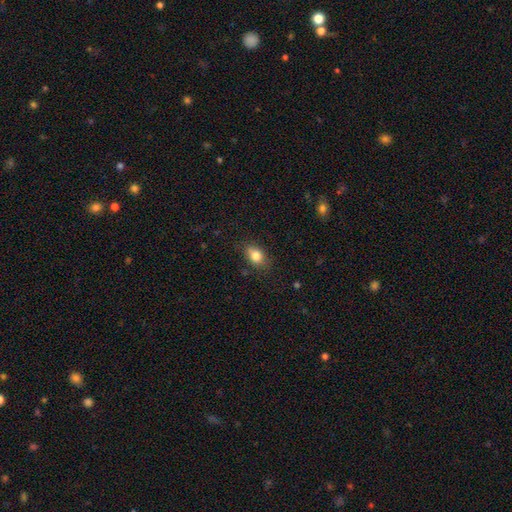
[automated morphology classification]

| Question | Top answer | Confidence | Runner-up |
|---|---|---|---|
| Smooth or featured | smooth | 82% | star or artifact (9%) |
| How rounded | in between | 79% | round (20%) |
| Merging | none | 80% | minor disturbance (15%) |